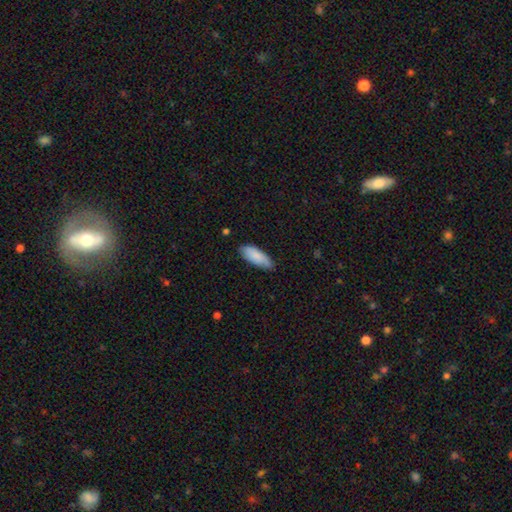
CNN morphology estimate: A smooth galaxy with no disk features (87%) that is in between round and cigar-shaped (74%). Merging: none (78%).